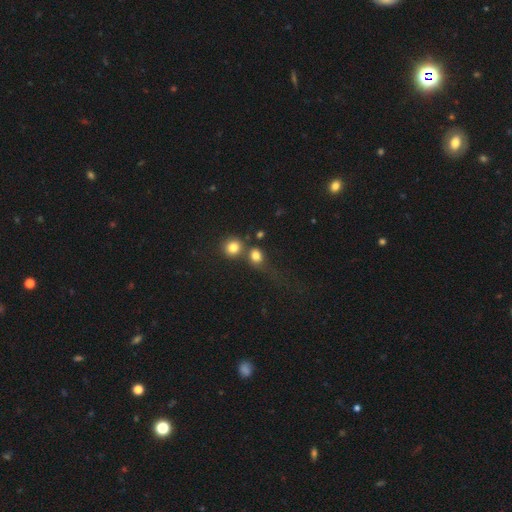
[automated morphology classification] Smooth or featured?
  - smooth: 79% *
  - star or artifact: 12%
  - featured or disk: 9%
How rounded?
  - round: 75% *
  - in between: 23%
  - cigar-shaped: 2%
Merging?
  - none: 45% *
  - merger: 35%
  - minor disturbance: 11%
  - major disturbance: 9%